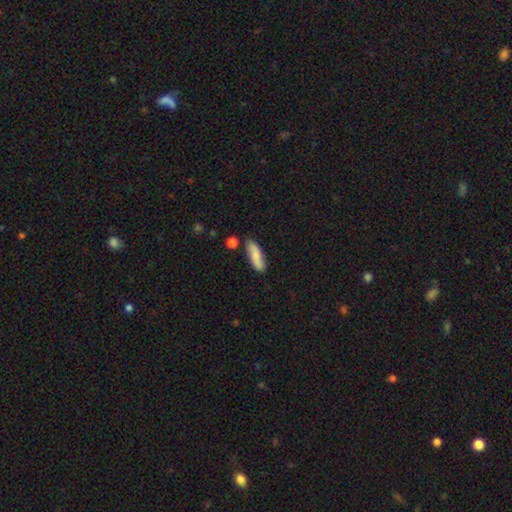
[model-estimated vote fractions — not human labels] smooth-or-featured: smooth: 76% | featured or disk: 17% | star or artifact: 6%
  how-rounded: in between: 53% | cigar-shaped: 44% | round: 3%
  merging: none: 74% | minor disturbance: 16% | merger: 6% | major disturbance: 3%